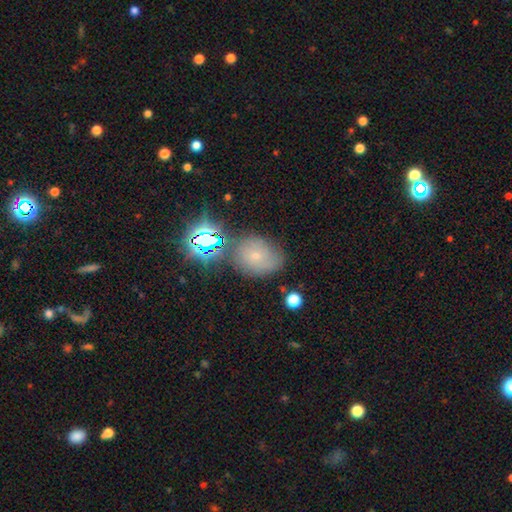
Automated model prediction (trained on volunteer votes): Smooth or featured? Predicted: smooth (p=0.49). Merging? Predicted: none (p=0.64).